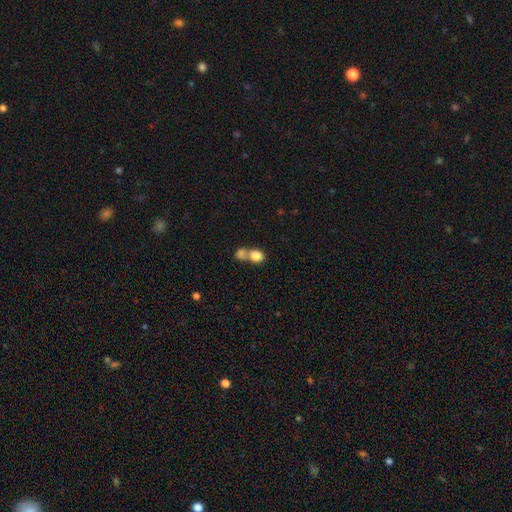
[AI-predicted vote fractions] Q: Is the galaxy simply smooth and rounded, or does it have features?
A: smooth — 83%.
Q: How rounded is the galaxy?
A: round — 53%.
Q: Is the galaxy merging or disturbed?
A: merger — 68%.